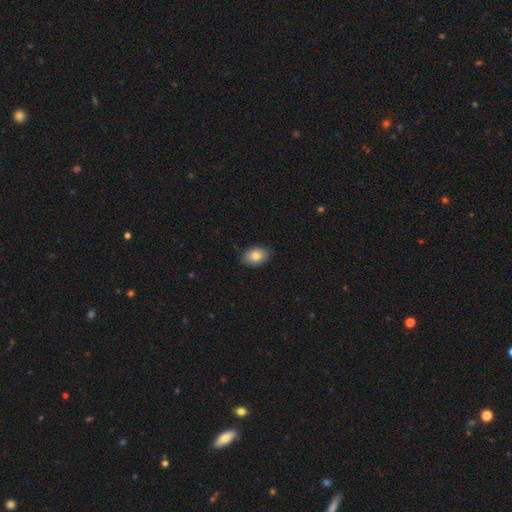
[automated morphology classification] smooth 84%, featured or disk 8%, star or artifact 8%. Down the decision tree: how rounded — in between (86%); merging — none (85%).